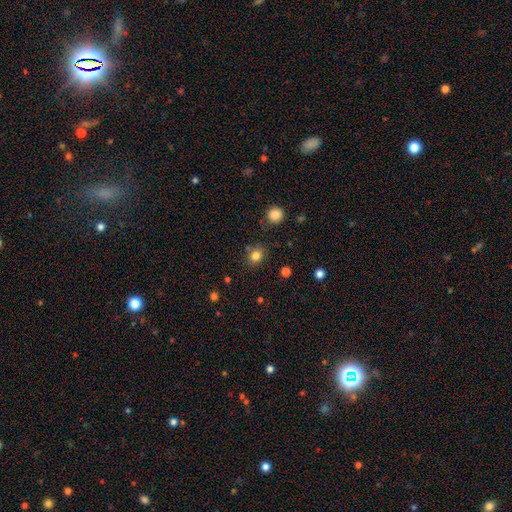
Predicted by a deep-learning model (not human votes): A smooth galaxy with no disk features (81%) that is round (65%).

Vote fractions:
- Smooth or featured? smooth: 81% / star or artifact: 12% / featured or disk: 6%
- How rounded? round: 65% / in between: 34% / cigar-shaped: 1%
- Merging? none: 79% / minor disturbance: 13% / merger: 4% / major disturbance: 4%